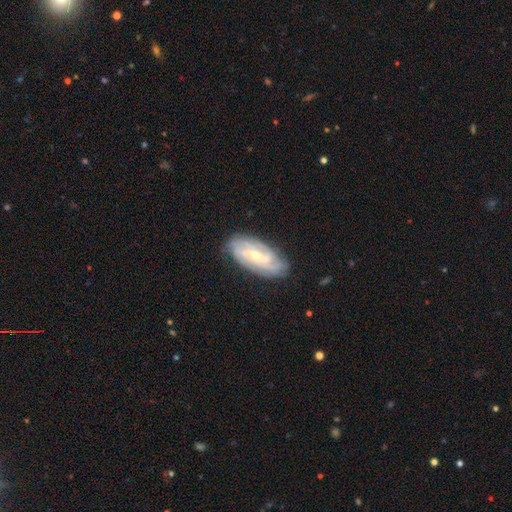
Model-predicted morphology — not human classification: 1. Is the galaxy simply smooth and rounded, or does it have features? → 78% featured or disk, 15% smooth, 7% star or artifact.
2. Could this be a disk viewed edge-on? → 92% no, 8% yes.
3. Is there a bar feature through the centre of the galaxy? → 43% no, 40% weak, 17% strong.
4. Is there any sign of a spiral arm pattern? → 91% yes, 9% no.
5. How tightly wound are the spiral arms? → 60% tight, 29% medium, 10% loose.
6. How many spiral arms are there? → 39% can't tell, 20% 2, 16% 3, 15% 4, 6% more than 4, 5% 1.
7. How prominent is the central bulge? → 59% small, 38% moderate, 1% large, 1% none, 1% dominant.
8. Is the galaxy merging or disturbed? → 81% none, 14% minor disturbance, 3% major disturbance, 1% merger.